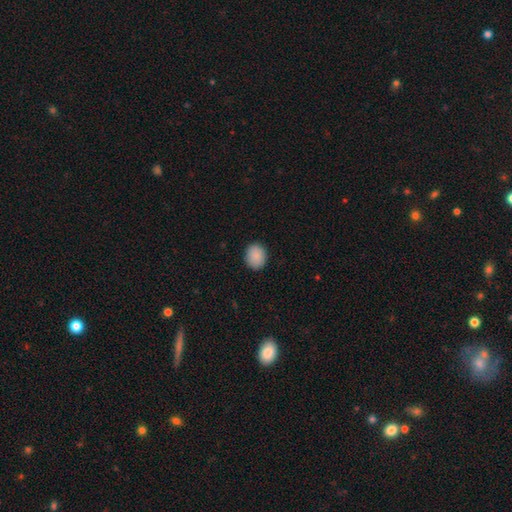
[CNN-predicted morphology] Smooth or featured? Predicted: smooth (p=0.89). How rounded? Predicted: round (p=0.65). Merging? Predicted: none (p=0.89).